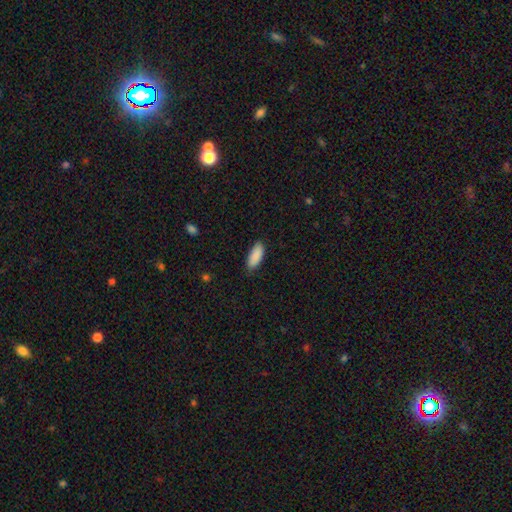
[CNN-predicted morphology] This appears to be a smooth galaxy with no disk features (90%) that is in between round and cigar-shaped (80%). Merging: none (84%).